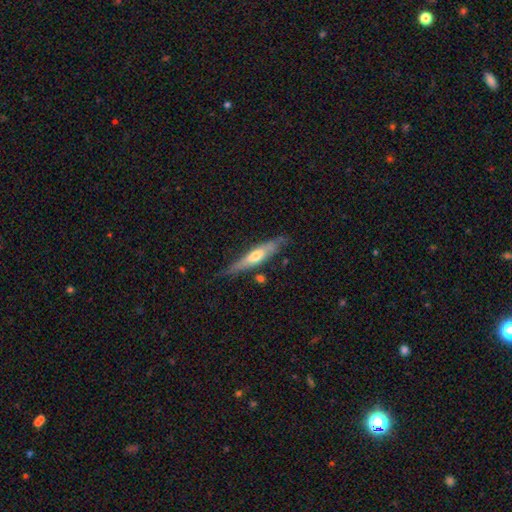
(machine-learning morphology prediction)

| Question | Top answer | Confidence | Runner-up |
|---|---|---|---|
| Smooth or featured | featured or disk | 52% | smooth (42%) |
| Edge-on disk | yes | 80% | no (20%) |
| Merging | none | 67% | minor disturbance (23%) |